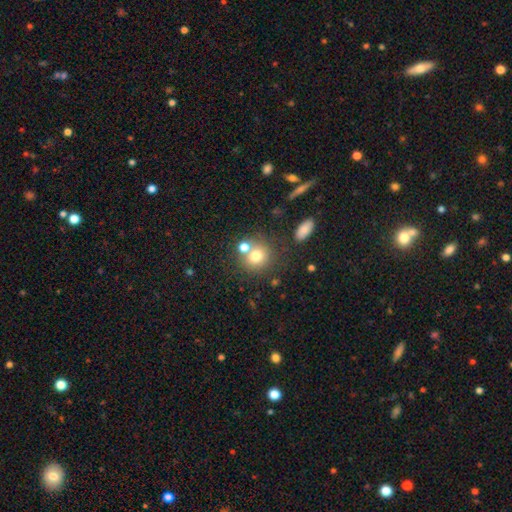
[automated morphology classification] Smooth or featured: smooth — 74% (featured or disk — 13%)
How rounded: round — 86% (in between — 13%)
Merging: none — 62% (merger — 24%)